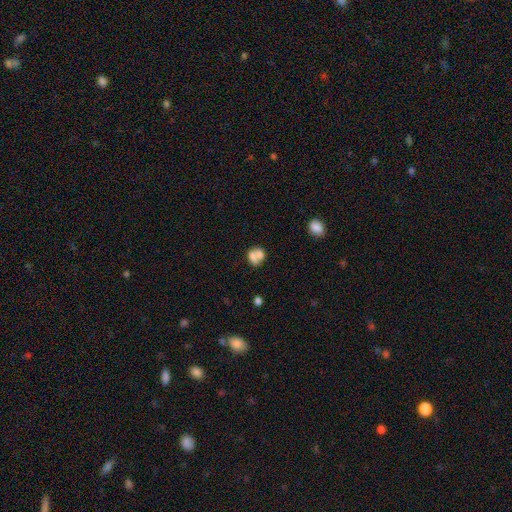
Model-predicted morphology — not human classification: A smooth galaxy with no disk features (66%) that is round (50%).

Vote fractions:
- Smooth or featured? smooth: 66% / featured or disk: 24% / star or artifact: 10%
- How rounded? round: 50% / in between: 48% / cigar-shaped: 1%
- Merging? merger: 56% / none: 26% / minor disturbance: 10% / major disturbance: 7%